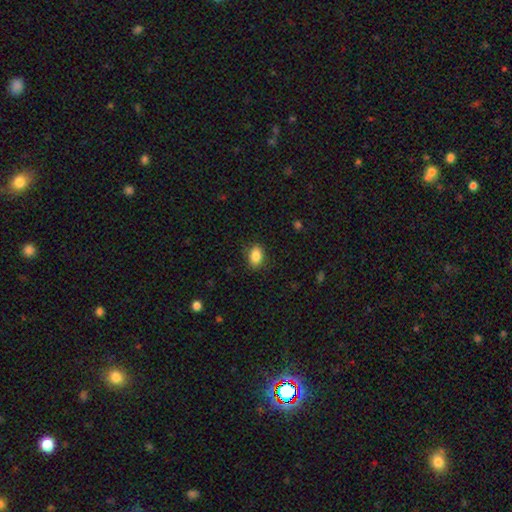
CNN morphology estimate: smooth 87%, star or artifact 8%, featured or disk 5%. Down the decision tree: how rounded — in between (82%); merging — none (85%).